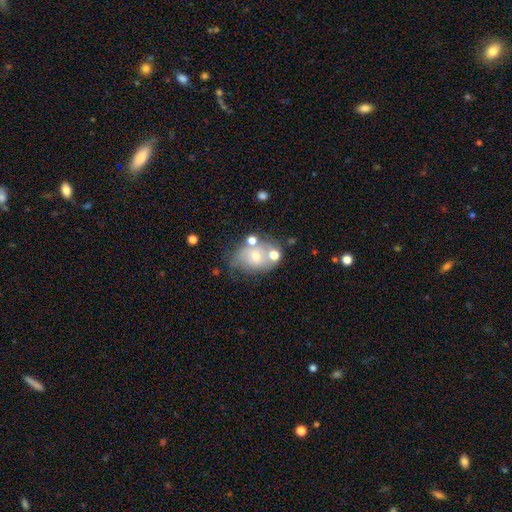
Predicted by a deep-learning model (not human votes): Smooth or featured?
  - smooth: 46% *
  - featured or disk: 41%
  - star or artifact: 13%
Merging?
  - none: 42% *
  - minor disturbance: 23%
  - merger: 21%
  - major disturbance: 14%